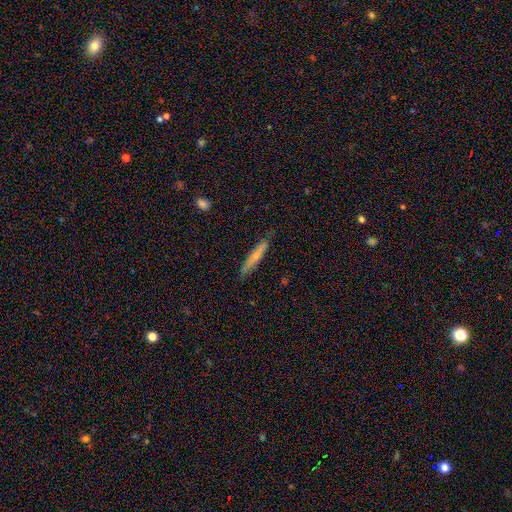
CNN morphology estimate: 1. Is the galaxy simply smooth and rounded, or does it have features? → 64% smooth, 30% featured or disk, 6% star or artifact.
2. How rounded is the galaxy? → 93% cigar-shaped, 6% in between, 1% round.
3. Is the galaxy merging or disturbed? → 84% none, 12% minor disturbance, 2% major disturbance, 1% merger.